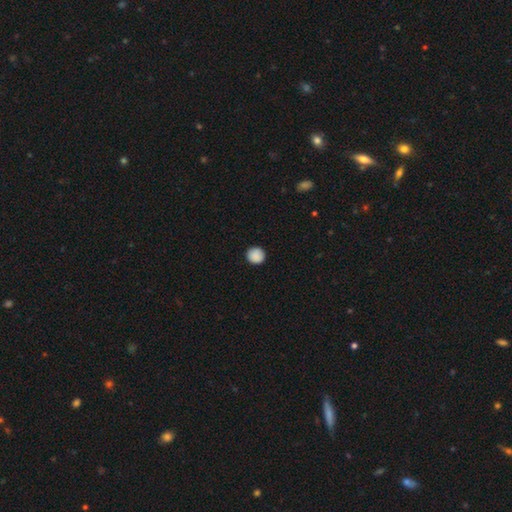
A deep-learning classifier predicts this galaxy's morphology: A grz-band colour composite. It shows a smooth galaxy with no disk features (89%) that is round (92%). Merging: none (91%).